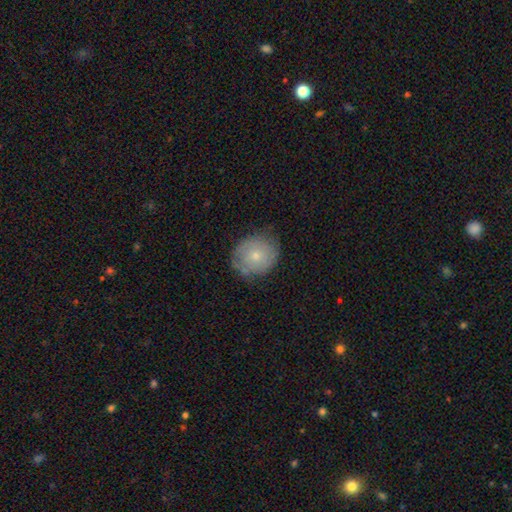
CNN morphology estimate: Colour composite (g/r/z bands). It shows a smooth galaxy with no disk features (63%) that is round (75%). Merging: none (69%).